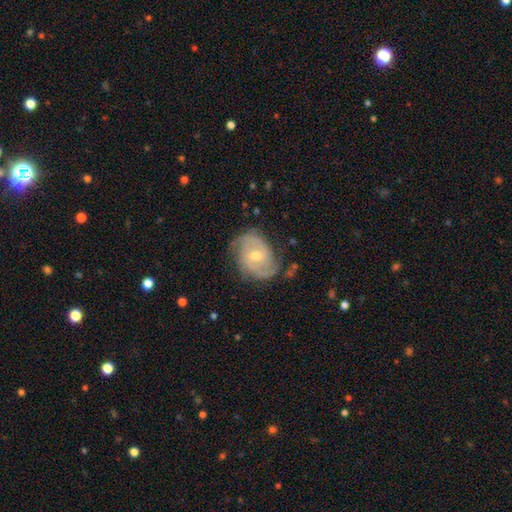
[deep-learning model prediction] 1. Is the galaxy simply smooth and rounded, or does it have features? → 85% featured or disk, 9% smooth, 6% star or artifact.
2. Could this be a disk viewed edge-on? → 97% no, 3% yes.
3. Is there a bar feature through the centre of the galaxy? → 48% no, 41% weak, 10% strong.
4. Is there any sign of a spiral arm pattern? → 95% yes, 5% no.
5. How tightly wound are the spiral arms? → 46% tight, 41% medium, 13% loose.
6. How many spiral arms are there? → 72% 2, 12% can't tell, 8% 3, 3% 1, 2% 4, 2% more than 4.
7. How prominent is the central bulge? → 54% moderate, 43% small, 1% large, 1% none, 1% dominant.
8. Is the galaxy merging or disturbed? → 72% none, 19% minor disturbance, 7% major disturbance, 2% merger.